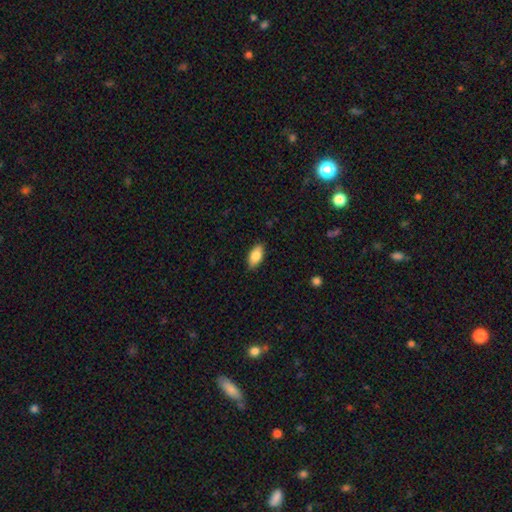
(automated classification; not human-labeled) A smooth galaxy with no disk features (84%) that is in between round and cigar-shaped (90%).

Vote fractions:
- Smooth or featured? smooth: 84% / featured or disk: 9% / star or artifact: 7%
- How rounded? in between: 90% / cigar-shaped: 7% / round: 3%
- Merging? none: 87% / minor disturbance: 10% / major disturbance: 2% / merger: 1%